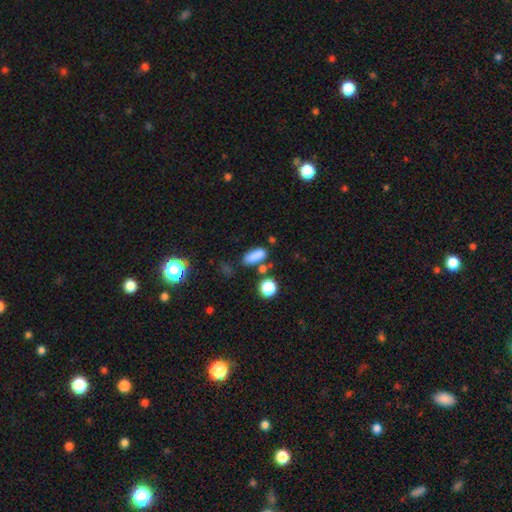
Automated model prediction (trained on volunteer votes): smooth_or_featured: smooth (p=0.81) [alt: star or artifact p=0.13]
how_rounded: in between (p=0.76) [alt: cigar-shaped p=0.15]
merging: none (p=0.66) [alt: minor disturbance p=0.17]